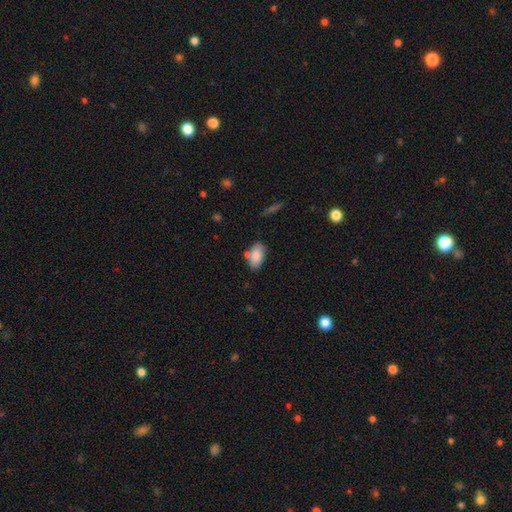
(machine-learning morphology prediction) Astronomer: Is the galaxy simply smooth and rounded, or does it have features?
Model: smooth — 84%.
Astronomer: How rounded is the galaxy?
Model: in between — 93%.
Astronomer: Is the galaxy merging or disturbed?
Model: none — 68%.